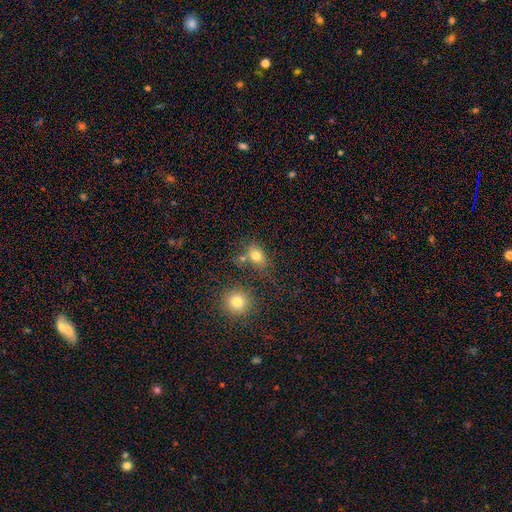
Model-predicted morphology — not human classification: Smooth or featured?
  - smooth: 75% *
  - star or artifact: 14%
  - featured or disk: 11%
How rounded?
  - in between: 60% *
  - round: 38%
  - cigar-shaped: 2%
Merging?
  - none: 58% *
  - merger: 18%
  - minor disturbance: 16%
  - major disturbance: 8%